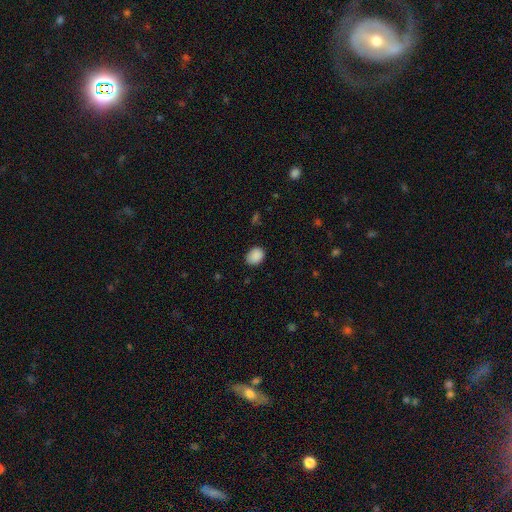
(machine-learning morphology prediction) The model was most divided on "how rounded": in between: 59%, round: 40%, cigar-shaped: 1%. More confident: smooth or featured — smooth (89%); merging — none (83%).